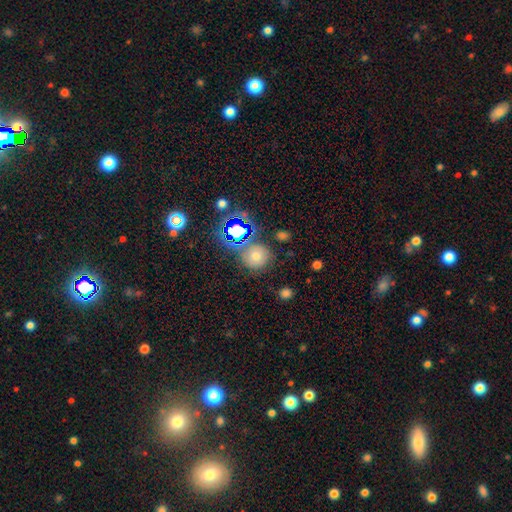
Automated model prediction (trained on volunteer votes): A smooth galaxy with no disk features (66%) that is round (88%). Merging: none (74%).